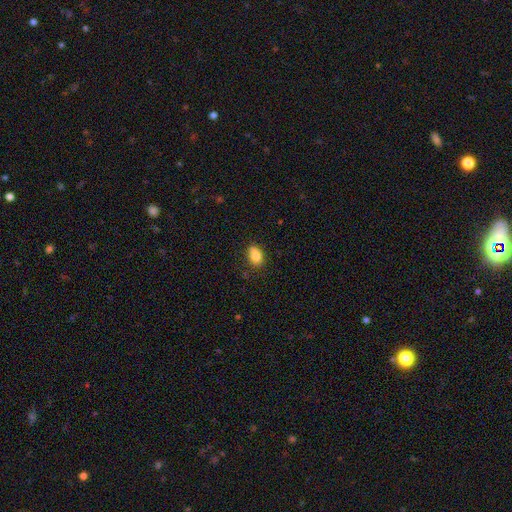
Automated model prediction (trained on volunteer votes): The model was most divided on "merging": none: 63%, minor disturbance: 20%, merger: 13%, major disturbance: 4%. More confident: smooth or featured — smooth (81%); how rounded — in between (73%).